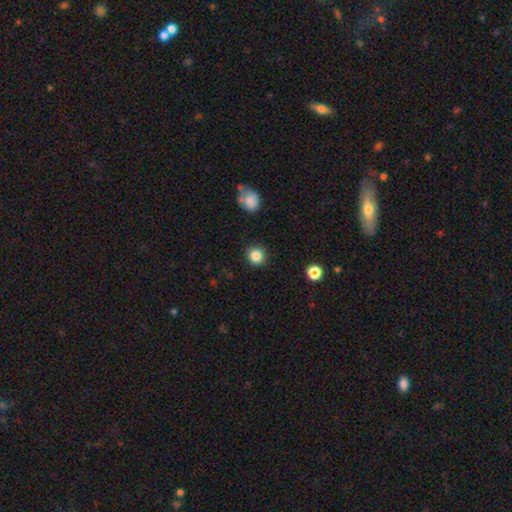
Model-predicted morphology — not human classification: Smooth or featured?
  - smooth: 85% *
  - star or artifact: 11%
  - featured or disk: 4%
How rounded?
  - round: 93% *
  - in between: 6%
  - cigar-shaped: 1%
Merging?
  - none: 91% *
  - minor disturbance: 6%
  - major disturbance: 2%
  - merger: 1%